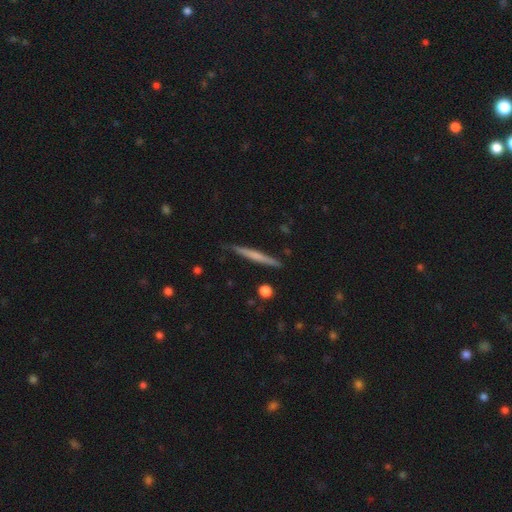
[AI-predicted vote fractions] This appears to be a smooth galaxy with no disk features (48%). Merging: none (87%).